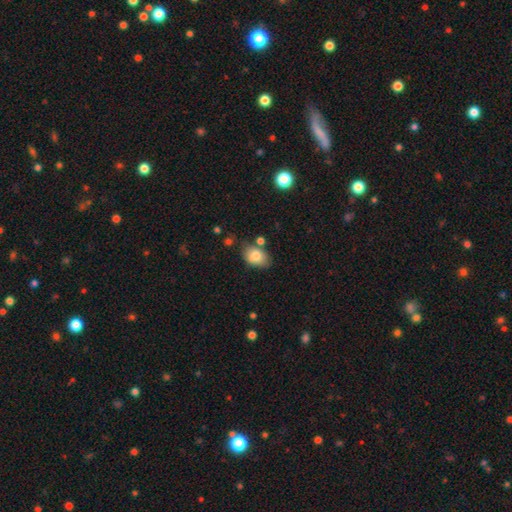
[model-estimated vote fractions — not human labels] A smooth galaxy with no disk features (80%) that is in between round and cigar-shaped (84%).

Vote fractions:
- Smooth or featured? smooth: 80% / featured or disk: 12% / star or artifact: 8%
- How rounded? in between: 84% / round: 15% / cigar-shaped: 1%
- Merging? none: 64% / minor disturbance: 21% / merger: 10% / major disturbance: 5%